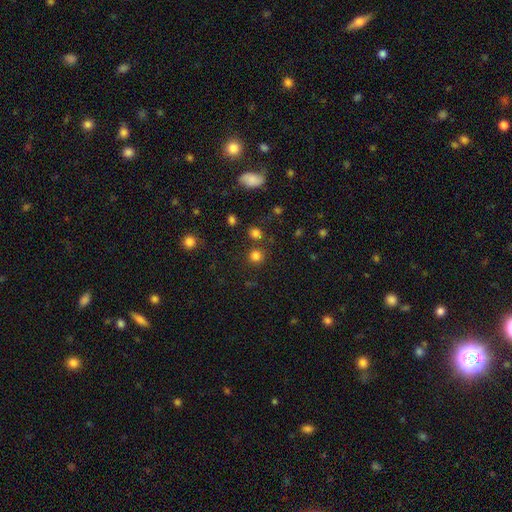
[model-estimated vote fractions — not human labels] Smooth or featured? smooth (79%)
How rounded? round (91%)
Merging? none (79%)